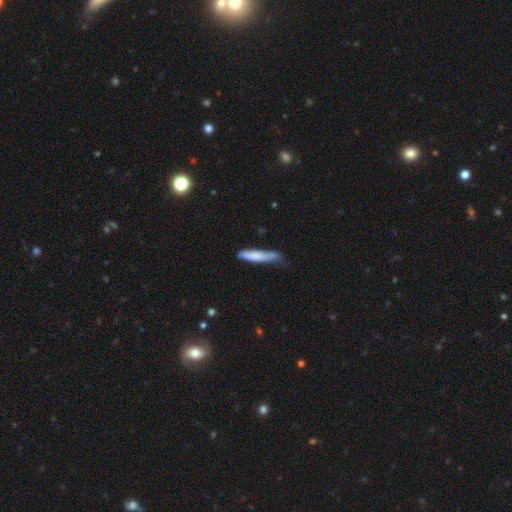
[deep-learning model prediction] A smooth galaxy with no disk features (77%) that is cigar-shaped (88%). Merging: none (56%).